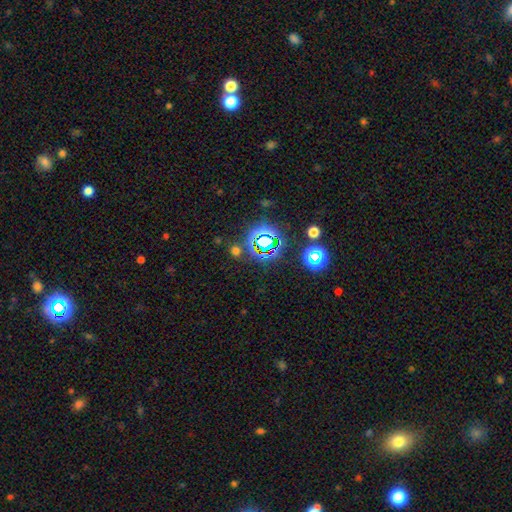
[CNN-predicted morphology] The model was most divided on "smooth or featured": star or artifact: 71%, smooth: 20%, featured or disk: 9%.